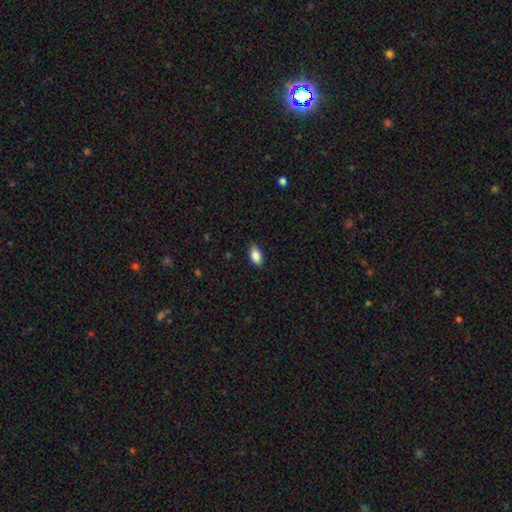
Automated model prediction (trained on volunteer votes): Smooth or featured? Predicted: smooth (p=0.88). How rounded? Predicted: in between (p=0.92). Merging? Predicted: none (p=0.83).